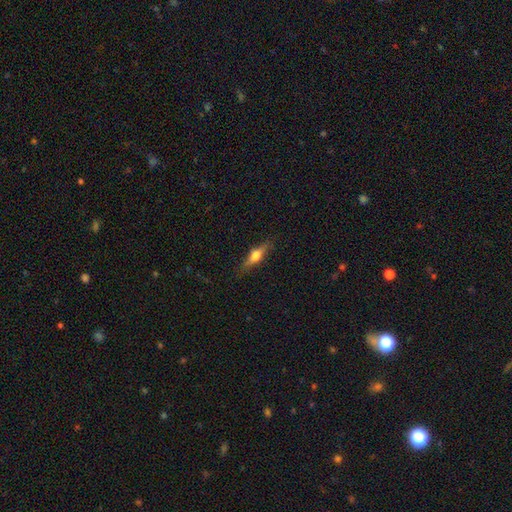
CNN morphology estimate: smooth-or-featured: featured or disk: 52% | smooth: 41% | star or artifact: 7%
  disk-edge-on: yes: 94% | no: 6%
  merging: none: 83% | minor disturbance: 13% | major disturbance: 3% | merger: 1%